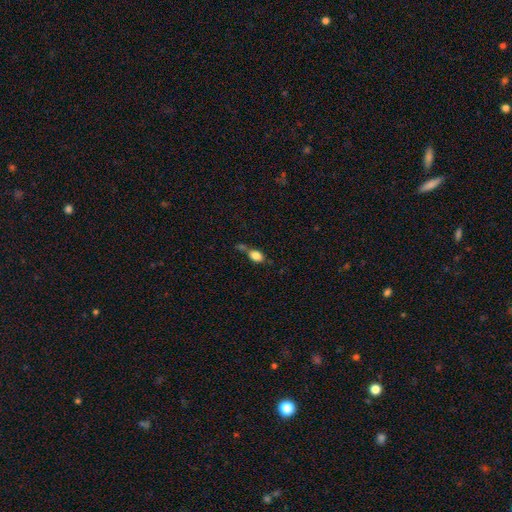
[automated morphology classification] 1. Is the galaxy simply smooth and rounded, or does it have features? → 81% smooth, 10% featured or disk, 9% star or artifact.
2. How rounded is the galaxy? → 80% in between, 16% round, 4% cigar-shaped.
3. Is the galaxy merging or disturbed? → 42% none, 30% merger, 19% minor disturbance, 9% major disturbance.